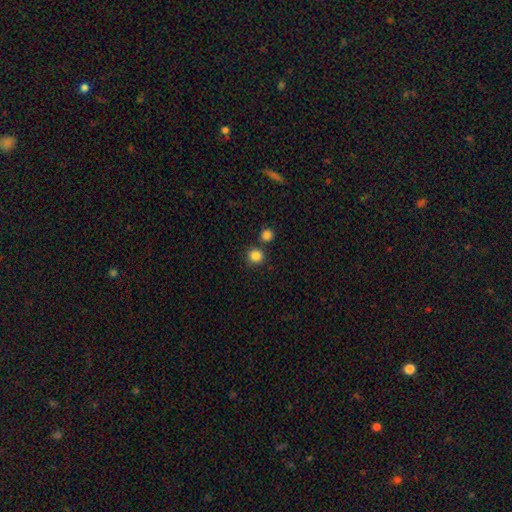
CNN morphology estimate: smooth 85%, star or artifact 11%, featured or disk 4%. Down the decision tree: how rounded — round (88%); merging — none (79%).